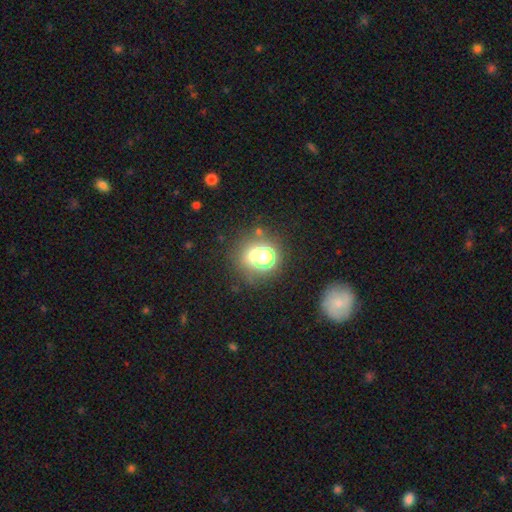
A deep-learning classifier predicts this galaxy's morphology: Smooth or featured?
  - smooth: 56% *
  - star or artifact: 27%
  - featured or disk: 17%
How rounded?
  - round: 69% *
  - in between: 29%
  - cigar-shaped: 1%
Merging?
  - none: 53% *
  - minor disturbance: 20%
  - major disturbance: 17%
  - merger: 10%